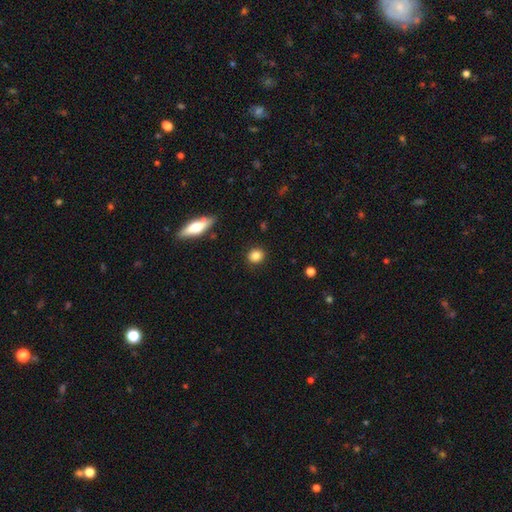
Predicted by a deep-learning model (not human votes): Q: Smooth or featured?
A: smooth (85%); runner-up: star or artifact (9%)
Q: How rounded?
A: round (81%); runner-up: in between (17%)
Q: Merging?
A: none (89%); runner-up: minor disturbance (7%)